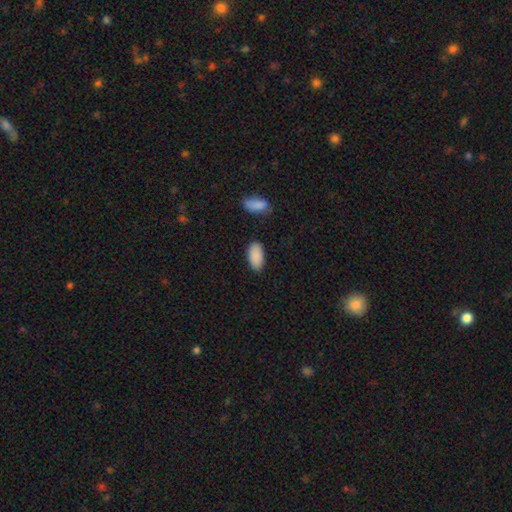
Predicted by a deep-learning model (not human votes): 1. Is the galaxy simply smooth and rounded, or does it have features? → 90% smooth, 6% star or artifact, 4% featured or disk.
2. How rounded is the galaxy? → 94% in between, 3% cigar-shaped, 2% round.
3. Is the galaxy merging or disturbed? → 83% none, 11% minor disturbance, 3% merger, 3% major disturbance.